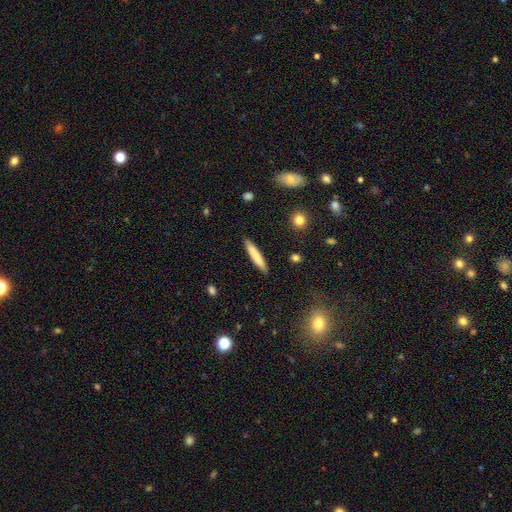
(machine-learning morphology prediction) This is likely a smooth galaxy (76%). How rounded: clearly cigar-shaped (91%). Merging: clearly none (90%).